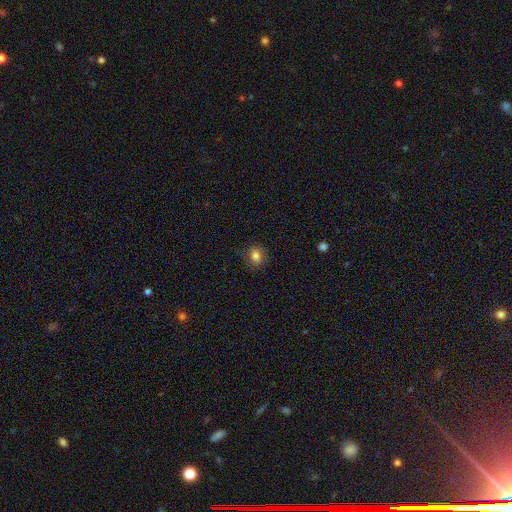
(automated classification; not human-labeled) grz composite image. It shows a smooth galaxy with no disk features (82%) that is round (60%). Merging: none (82%).